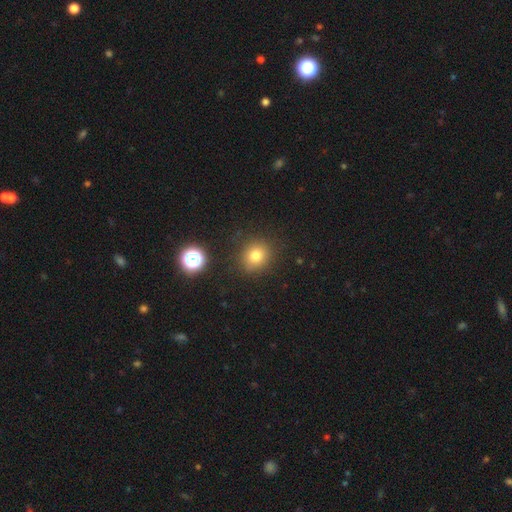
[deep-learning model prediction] This appears to be a smooth galaxy with no disk features (77%) that is round (81%). Merging: none (86%).